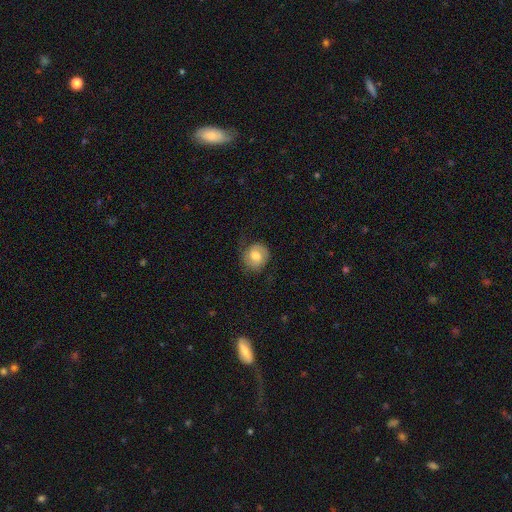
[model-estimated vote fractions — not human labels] Smooth or featured?
  - featured or disk: 47% *
  - smooth: 45%
  - star or artifact: 8%
Merging?
  - none: 71% *
  - minor disturbance: 19%
  - major disturbance: 9%
  - merger: 1%